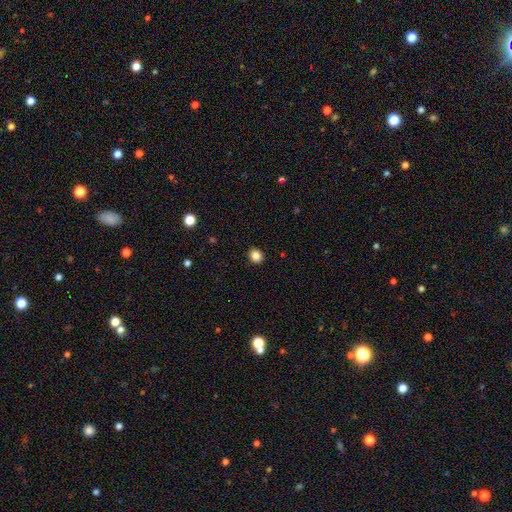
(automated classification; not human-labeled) A smooth galaxy with no disk features (85%) that is round (79%).

Vote fractions:
- Smooth or featured? smooth: 85% / star or artifact: 11% / featured or disk: 4%
- How rounded? round: 79% / in between: 20% / cigar-shaped: 1%
- Merging? none: 92% / minor disturbance: 5% / major disturbance: 2% / merger: 1%